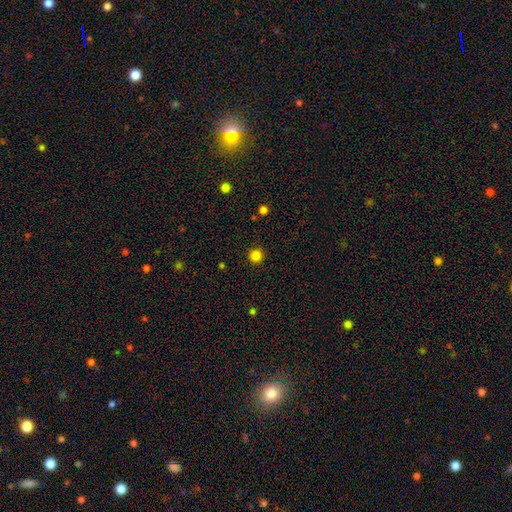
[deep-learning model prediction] smooth 84%, star or artifact 13%, featured or disk 3%. Down the decision tree: how rounded — round (96%); merging — none (92%).